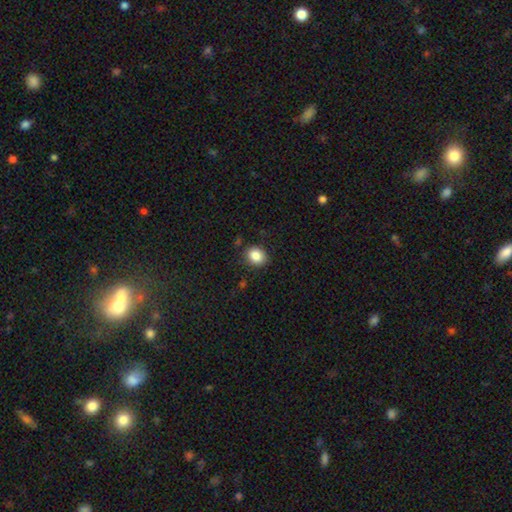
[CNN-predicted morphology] smooth-or-featured: smooth: 86% | star or artifact: 9% | featured or disk: 5%
  how-rounded: round: 63% | in between: 36% | cigar-shaped: 1%
  merging: none: 87% | minor disturbance: 9% | major disturbance: 2% | merger: 2%